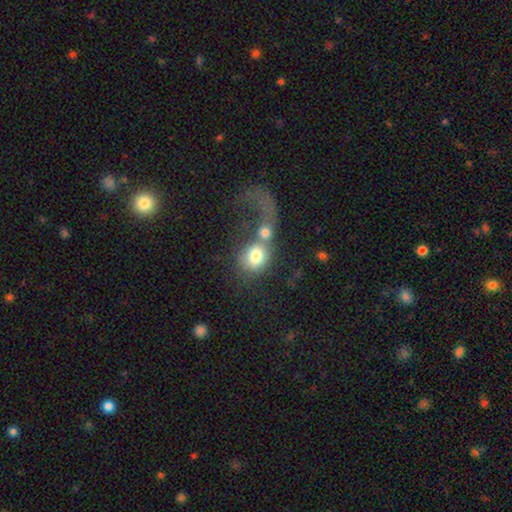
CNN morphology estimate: Smooth or featured? Predicted: smooth (p=0.69). How rounded? Predicted: round (p=0.61). Merging? Predicted: merger (p=0.62).